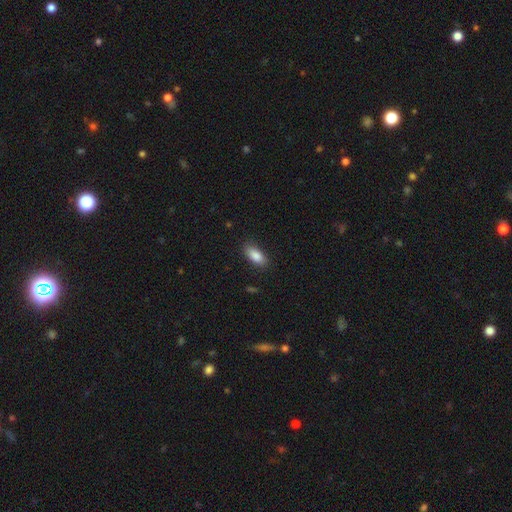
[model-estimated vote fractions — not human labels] Overall: smooth (87%). How rounded: in between (88%). Merging: none (85%).